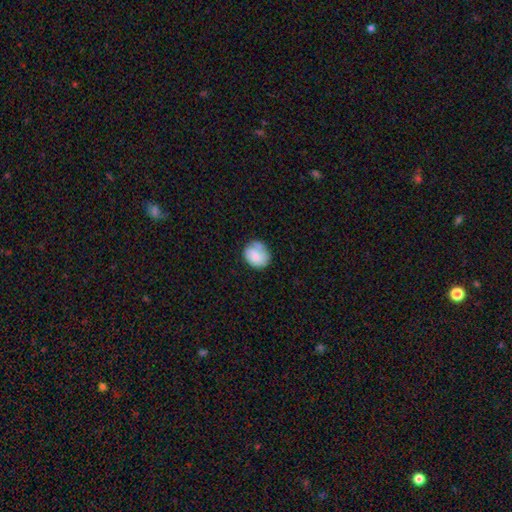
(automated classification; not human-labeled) smooth 71%, featured or disk 22%, star or artifact 7%. Down the decision tree: how rounded — round (60%); merging — none (58%).